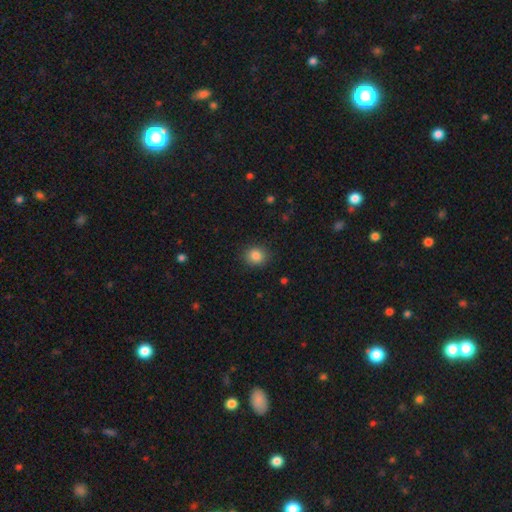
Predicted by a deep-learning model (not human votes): Smooth or featured?
  - smooth: 84% *
  - star or artifact: 11%
  - featured or disk: 5%
How rounded?
  - round: 80% *
  - in between: 19%
  - cigar-shaped: 1%
Merging?
  - none: 89% *
  - minor disturbance: 8%
  - major disturbance: 2%
  - merger: 1%